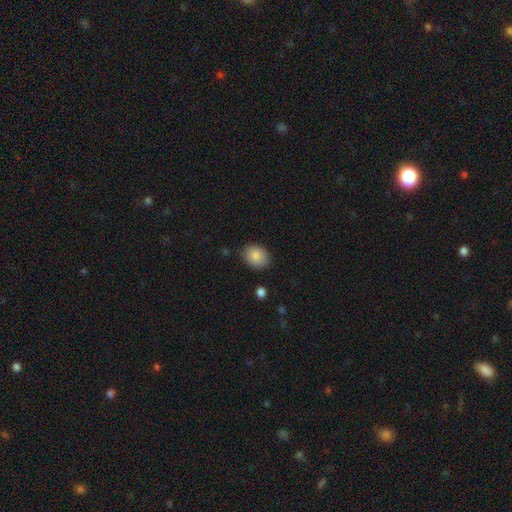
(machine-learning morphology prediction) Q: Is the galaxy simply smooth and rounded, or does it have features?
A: smooth — 85%.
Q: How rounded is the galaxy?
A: round — 50%.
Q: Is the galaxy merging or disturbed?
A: none — 84%.